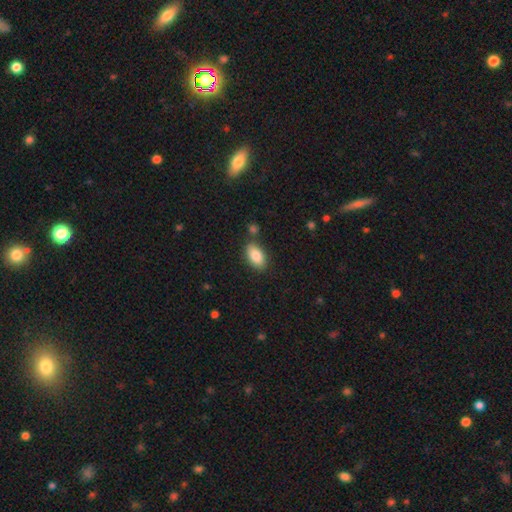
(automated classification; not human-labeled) Smooth or featured? smooth (85%)
How rounded? in between (93%)
Merging? none (78%)